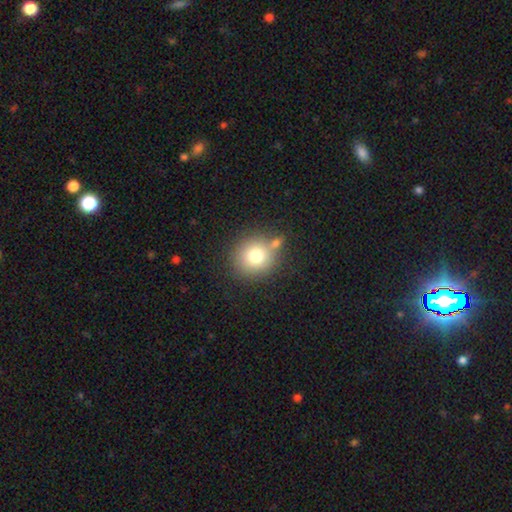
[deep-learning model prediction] Morphology: type=smooth (77%); roundness=round (88%); merging=none (69%).